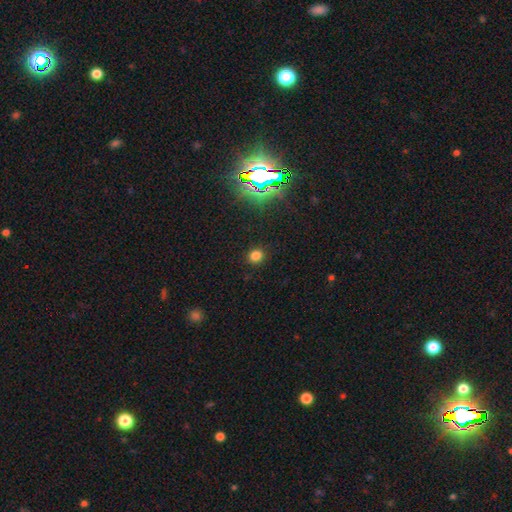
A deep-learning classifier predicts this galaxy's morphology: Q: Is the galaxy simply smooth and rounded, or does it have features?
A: smooth — 76%.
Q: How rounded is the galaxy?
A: round — 80%.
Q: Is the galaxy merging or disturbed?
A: none — 89%.